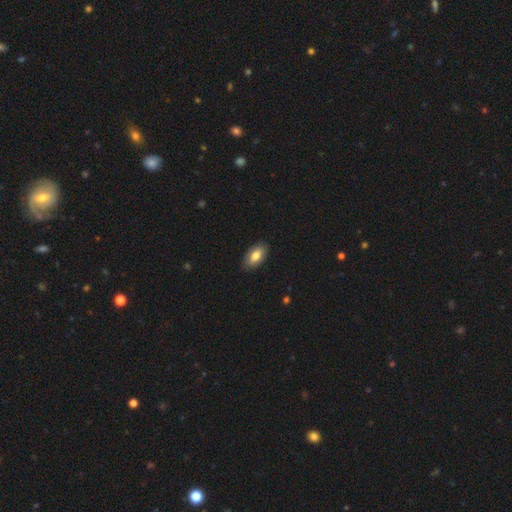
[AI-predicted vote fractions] smooth_or_featured: smooth (p=0.77) [alt: featured or disk p=0.16]
how_rounded: in between (p=0.93) [alt: round p=0.04]
merging: none (p=0.86) [alt: minor disturbance p=0.11]